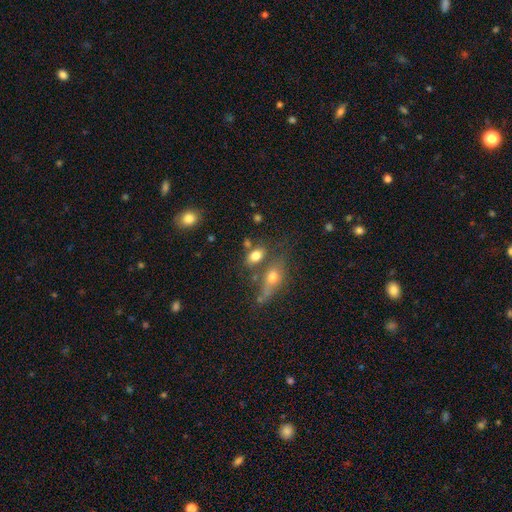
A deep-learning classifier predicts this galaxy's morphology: Q: Smooth or featured?
A: smooth (77%); runner-up: featured or disk (13%)
Q: How rounded?
A: in between (83%); runner-up: round (14%)
Q: Merging?
A: none (54%); runner-up: merger (27%)